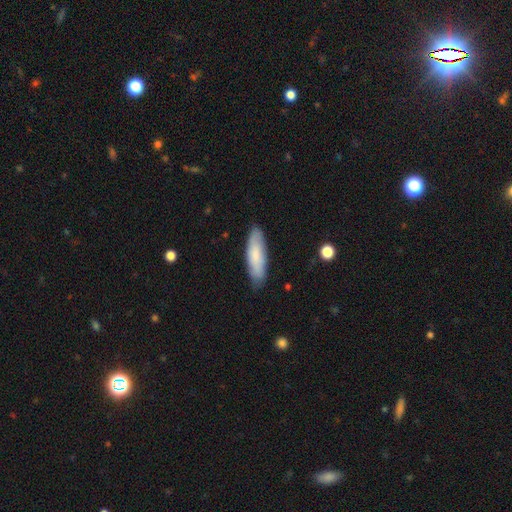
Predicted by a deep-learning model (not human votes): Smooth or featured? smooth (76%)
How rounded? cigar-shaped (50%)
Merging? none (83%)